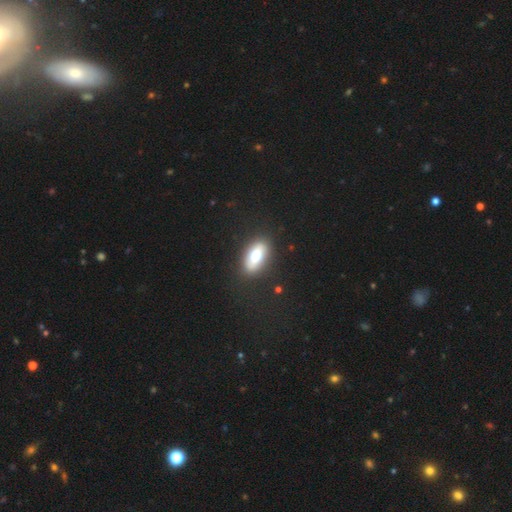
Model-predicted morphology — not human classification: Smooth or featured? Predicted: smooth (p=0.63). How rounded? Predicted: in between (p=0.85). Merging? Predicted: none (p=0.87).